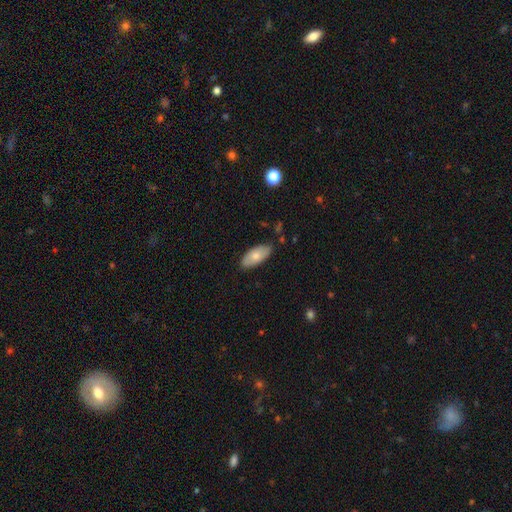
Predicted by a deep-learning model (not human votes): The model was most divided on "smooth or featured": smooth: 75%, featured or disk: 19%, star or artifact: 6%. More confident: how rounded — in between (89%); merging — none (83%).